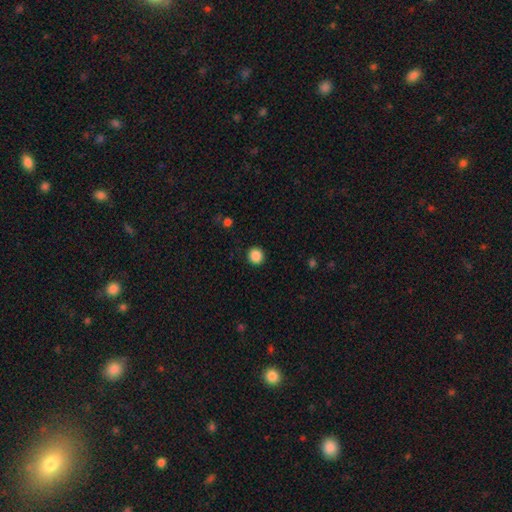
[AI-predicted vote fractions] Smooth or featured: smooth — 88% (star or artifact — 10%)
How rounded: round — 91% (in between — 8%)
Merging: none — 92% (minor disturbance — 5%)